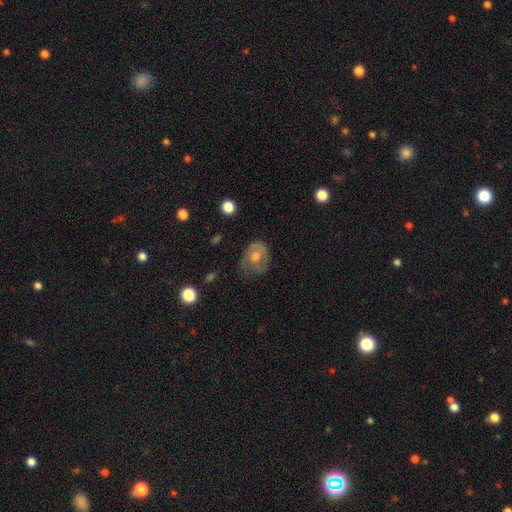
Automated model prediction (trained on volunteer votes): Smooth or featured? Predicted: featured or disk (p=0.61). Edge-on disk? Predicted: no (p=0.96). Bar? Predicted: no (p=0.70). Spiral arms? Predicted: yes (p=0.72). Bulge size? Predicted: moderate (p=0.67). Merging? Predicted: none (p=0.56).